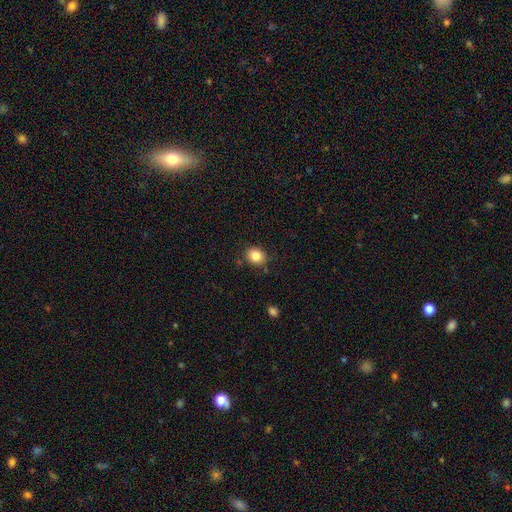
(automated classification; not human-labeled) Smooth or featured?
  - smooth: 84% *
  - star or artifact: 10%
  - featured or disk: 6%
How rounded?
  - round: 68% *
  - in between: 31%
  - cigar-shaped: 1%
Merging?
  - none: 83% *
  - minor disturbance: 12%
  - major disturbance: 3%
  - merger: 3%